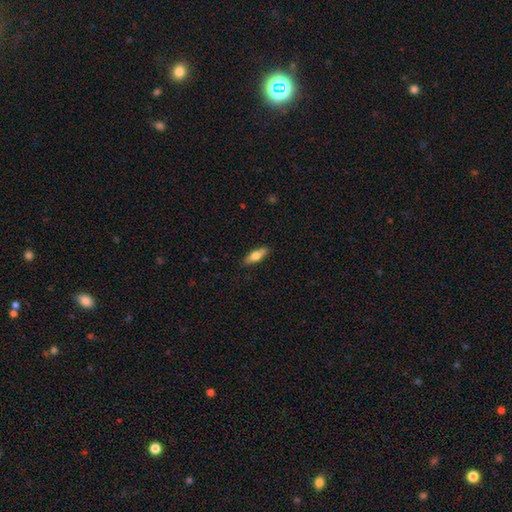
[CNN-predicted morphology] smooth-or-featured: smooth: 65% | featured or disk: 29% | star or artifact: 6%
  how-rounded: in between: 53% | cigar-shaped: 45% | round: 3%
  merging: none: 85% | minor disturbance: 12% | major disturbance: 2% | merger: 1%